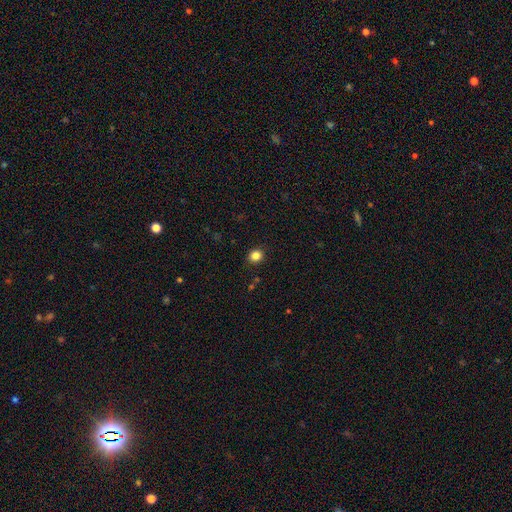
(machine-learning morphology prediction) A smooth galaxy with no disk features (84%) that is round (79%).

Vote fractions:
- Smooth or featured? smooth: 84% / star or artifact: 12% / featured or disk: 4%
- How rounded? round: 79% / in between: 20% / cigar-shaped: 1%
- Merging? none: 89% / minor disturbance: 7% / major disturbance: 2% / merger: 1%